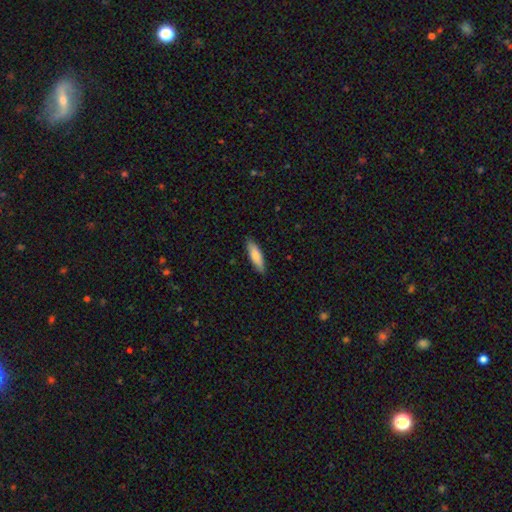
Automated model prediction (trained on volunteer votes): This is clearly a smooth galaxy (82%). How rounded: possibly cigar-shaped (58%). Merging: clearly none (87%).